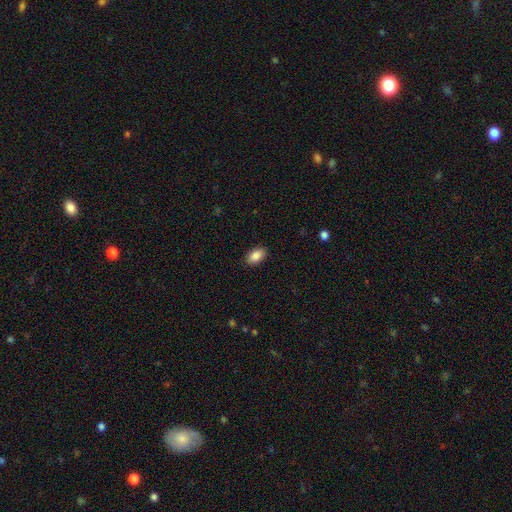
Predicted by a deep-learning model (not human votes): This appears to be a smooth galaxy with no disk features (87%) that is in between round and cigar-shaped (92%). Merging: none (89%).